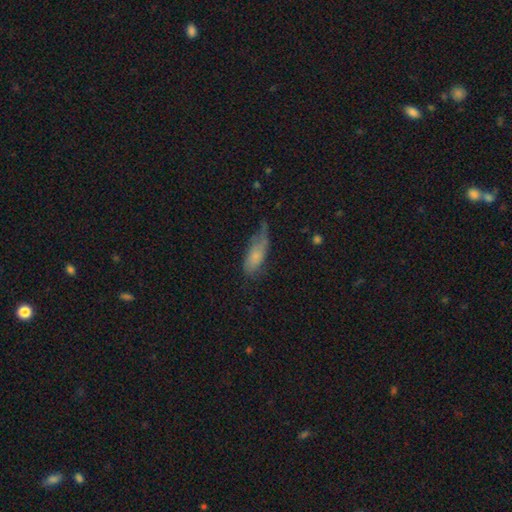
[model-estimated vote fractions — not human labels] A smooth galaxy with no disk features (70%) that is in between round and cigar-shaped (73%).

Vote fractions:
- Smooth or featured? smooth: 70% / featured or disk: 23% / star or artifact: 8%
- How rounded? in between: 73% / cigar-shaped: 25% / round: 3%
- Merging? minor disturbance: 39% / none: 38% / major disturbance: 20% / merger: 3%